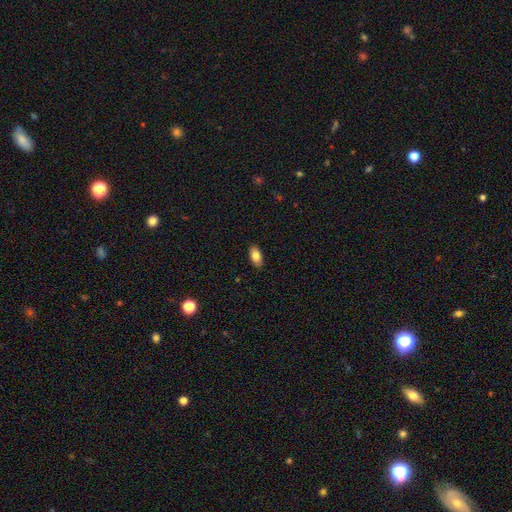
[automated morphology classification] Overall: smooth (83%). How rounded: in between (92%). Merging: none (88%).